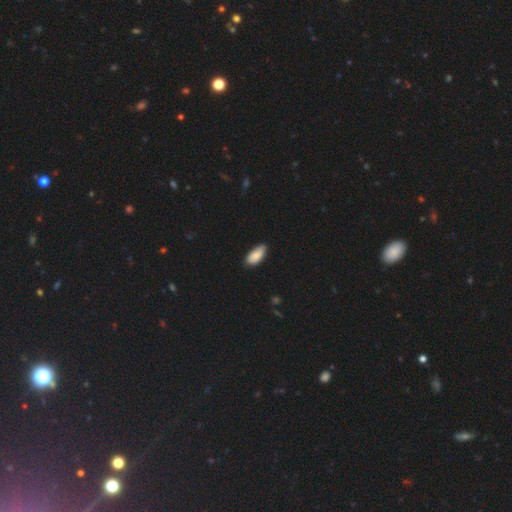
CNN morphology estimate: Overall: smooth (85%). How rounded: in between (91%). Merging: none (77%).